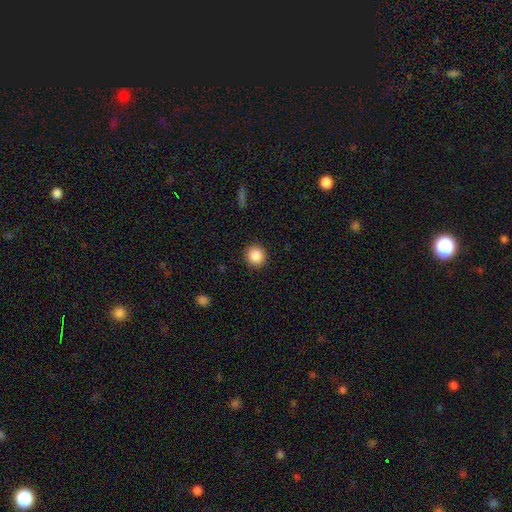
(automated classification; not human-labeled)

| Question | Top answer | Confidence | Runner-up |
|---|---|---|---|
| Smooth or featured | smooth | 87% | star or artifact (9%) |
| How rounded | round | 93% | in between (6%) |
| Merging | none | 92% | minor disturbance (5%) |